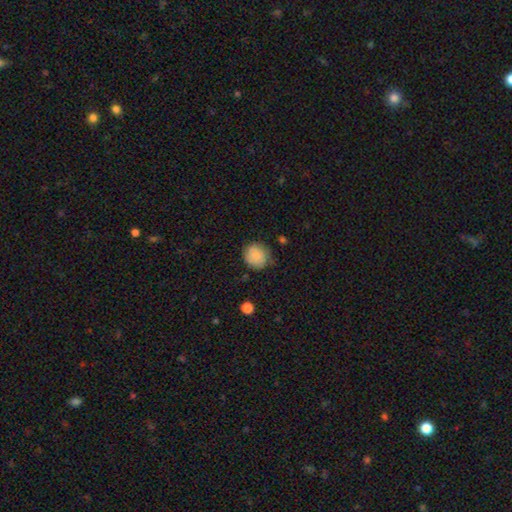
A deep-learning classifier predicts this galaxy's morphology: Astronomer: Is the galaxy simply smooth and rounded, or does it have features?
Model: smooth — 87%.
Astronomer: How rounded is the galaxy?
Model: round — 83%.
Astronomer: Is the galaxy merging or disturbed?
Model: none — 73%.